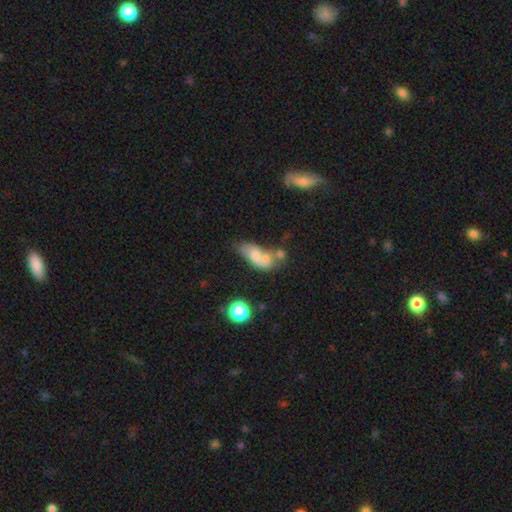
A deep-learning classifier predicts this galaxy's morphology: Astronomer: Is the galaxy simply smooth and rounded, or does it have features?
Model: smooth — 56% (runner-up: featured or disk, 33%).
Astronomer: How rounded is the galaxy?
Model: in between — 79%.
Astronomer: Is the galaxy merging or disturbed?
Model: merger — 49%.